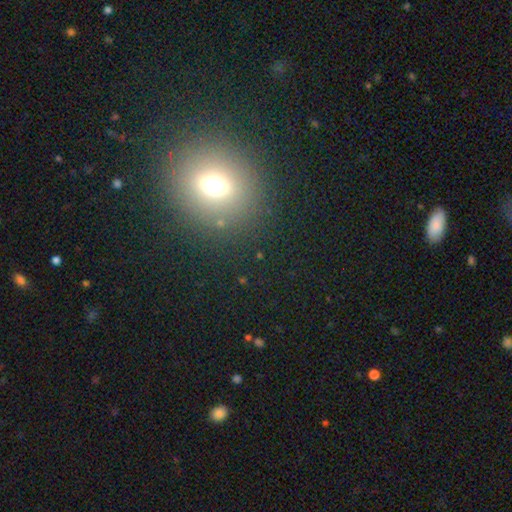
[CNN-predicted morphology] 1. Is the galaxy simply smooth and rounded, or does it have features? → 63% smooth, 24% star or artifact, 13% featured or disk.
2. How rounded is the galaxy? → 64% round, 34% in between, 2% cigar-shaped.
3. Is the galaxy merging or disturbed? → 91% none, 6% minor disturbance, 2% major disturbance, 1% merger.